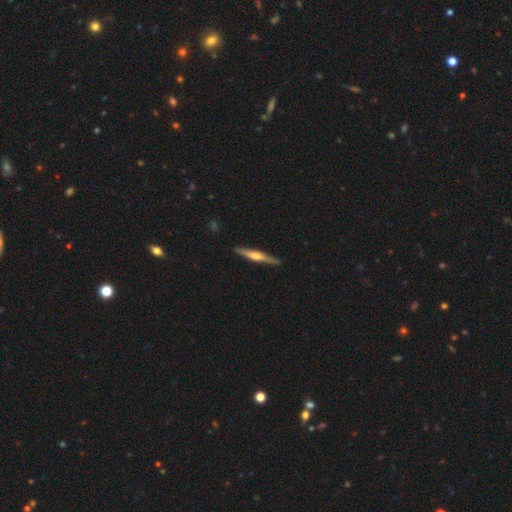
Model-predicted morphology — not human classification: The model was most divided on "smooth or featured": featured or disk: 64%, smooth: 31%, star or artifact: 5%. More confident: edge-on disk — yes (97%); merging — none (90%); edge-on bulge — rounded (77%).